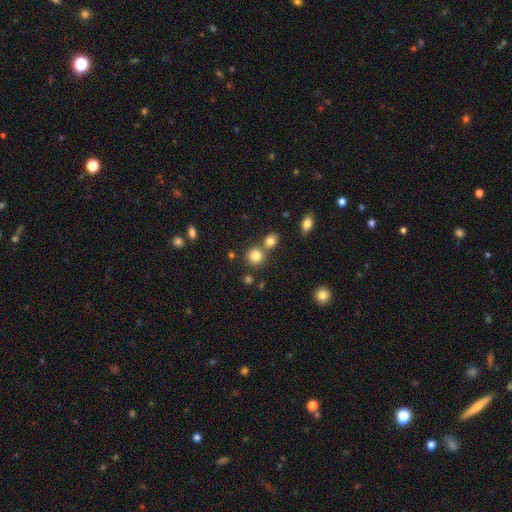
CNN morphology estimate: type=smooth (82%); roundness=round (87%); merging=none (67%).